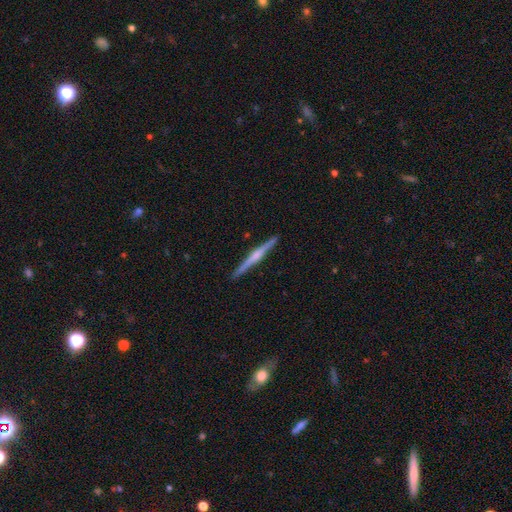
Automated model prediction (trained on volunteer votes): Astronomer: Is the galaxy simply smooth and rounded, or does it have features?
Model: featured or disk — 73%.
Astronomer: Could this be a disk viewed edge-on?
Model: yes — 98%.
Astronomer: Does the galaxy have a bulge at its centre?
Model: rounded — 67%.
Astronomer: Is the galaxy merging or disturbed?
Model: none — 92%.